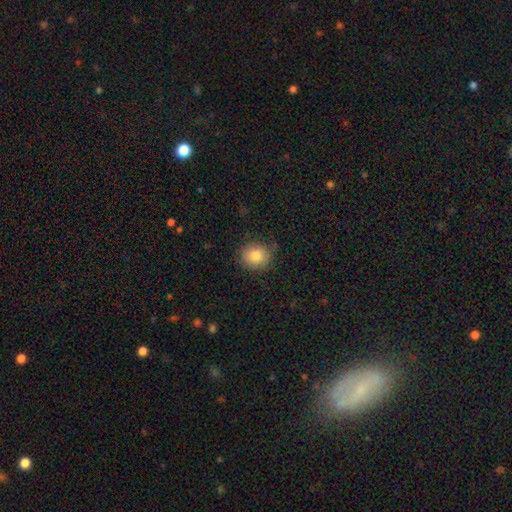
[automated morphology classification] This is clearly a smooth galaxy (82%). How rounded: likely round (80%). Merging: clearly none (84%).